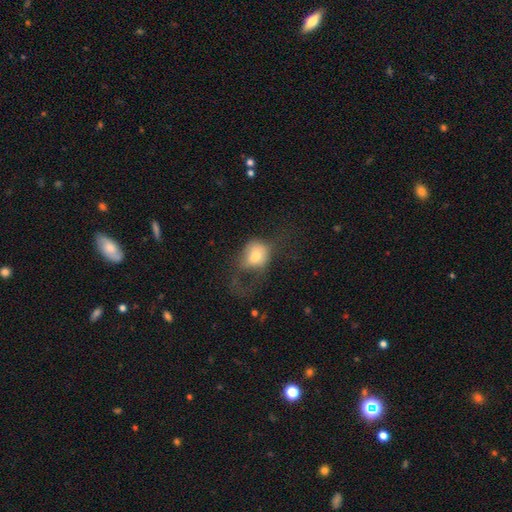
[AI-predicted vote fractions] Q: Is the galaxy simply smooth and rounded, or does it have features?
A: smooth — 69%.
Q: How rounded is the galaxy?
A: round — 53%.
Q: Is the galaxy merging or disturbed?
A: major disturbance — 55%.